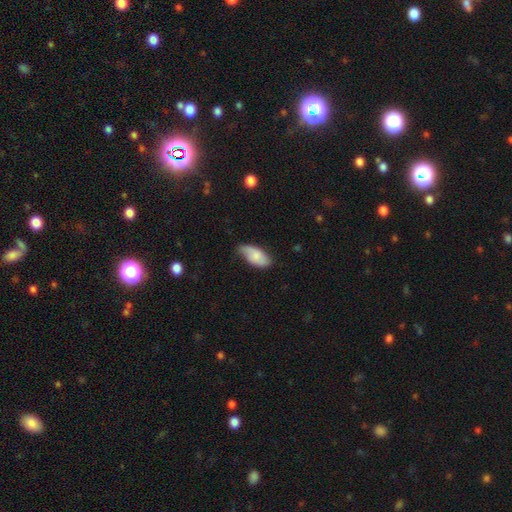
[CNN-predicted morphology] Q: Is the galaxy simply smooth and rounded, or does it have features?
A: smooth — 77%.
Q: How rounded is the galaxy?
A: in between — 92%.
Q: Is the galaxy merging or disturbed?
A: none — 55%.